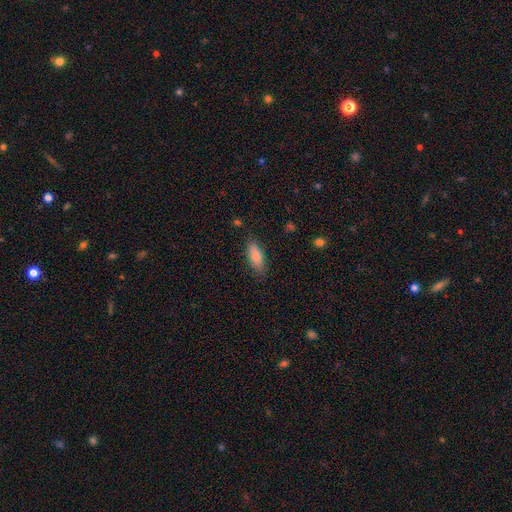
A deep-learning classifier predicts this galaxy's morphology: This is clearly a smooth galaxy (85%). How rounded: likely in between (73%). Merging: clearly none (82%).